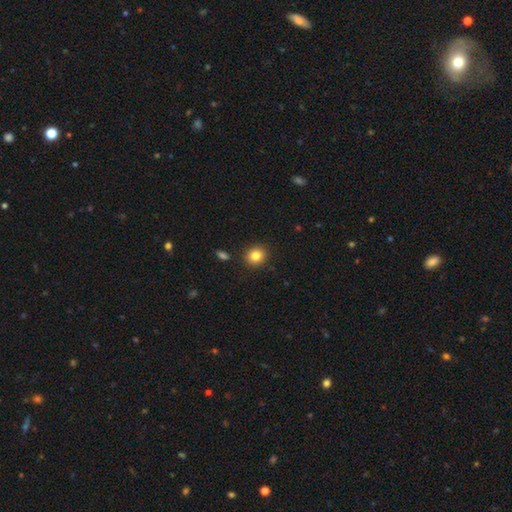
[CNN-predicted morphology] Smooth or featured: smooth — 83% (star or artifact — 10%)
How rounded: round — 85% (in between — 14%)
Merging: none — 90% (minor disturbance — 6%)